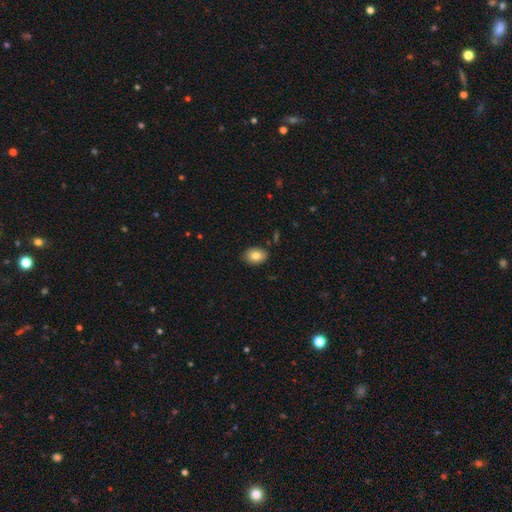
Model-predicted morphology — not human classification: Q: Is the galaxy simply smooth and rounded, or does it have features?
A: smooth — 82%.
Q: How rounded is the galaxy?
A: in between — 77%.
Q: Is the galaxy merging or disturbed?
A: none — 87%.